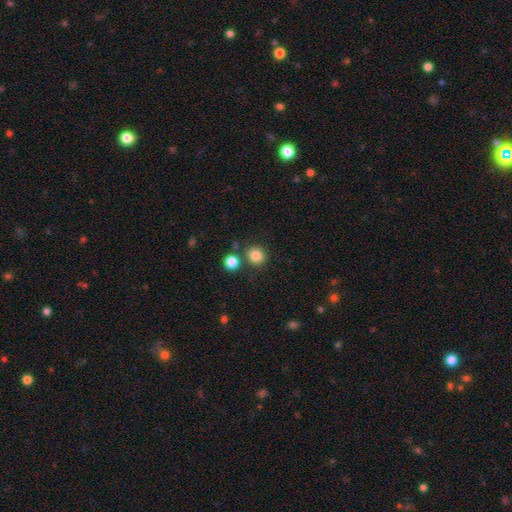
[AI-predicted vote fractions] Smooth or featured? Predicted: smooth (p=0.83). How rounded? Predicted: round (p=0.89). Merging? Predicted: none (p=0.82).